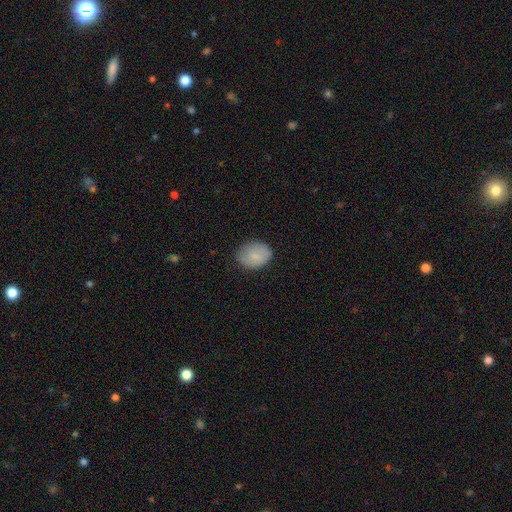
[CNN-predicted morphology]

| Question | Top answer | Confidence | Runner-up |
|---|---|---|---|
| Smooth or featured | smooth | 81% | featured or disk (12%) |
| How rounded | in between | 55% | round (44%) |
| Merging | none | 77% | minor disturbance (18%) |